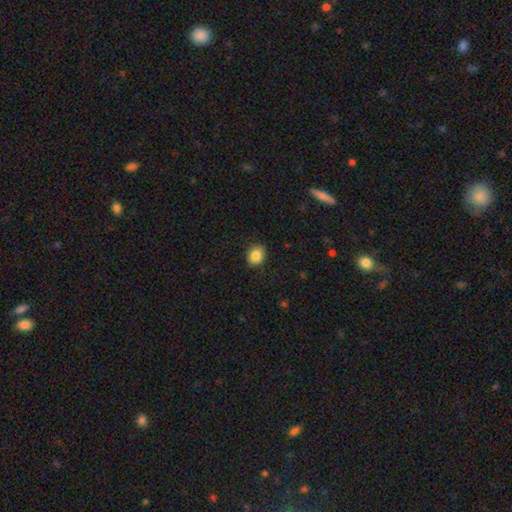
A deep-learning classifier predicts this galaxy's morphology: A smooth galaxy with no disk features (86%) that is round (58%). Merging: none (87%).